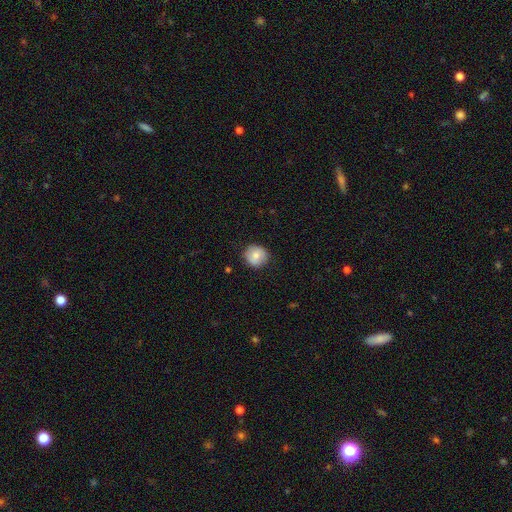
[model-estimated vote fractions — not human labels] Morphology: type=smooth (75%); roundness=round (91%); merging=none (84%).